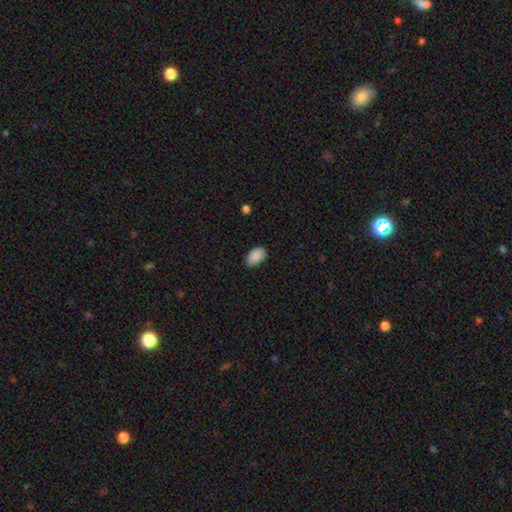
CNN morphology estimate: Smooth or featured?
  - smooth: 89% *
  - star or artifact: 8%
  - featured or disk: 3%
How rounded?
  - in between: 92% *
  - round: 7%
  - cigar-shaped: 1%
Merging?
  - none: 78% *
  - minor disturbance: 19%
  - major disturbance: 3%
  - merger: 1%